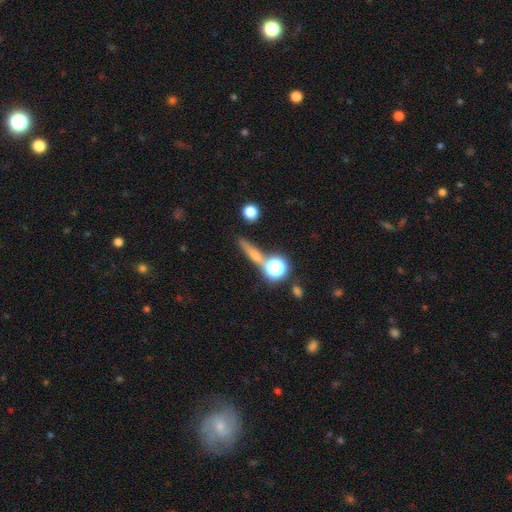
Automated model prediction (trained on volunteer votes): This appears to be a smooth galaxy with no disk features (38%). Merging: none (72%).